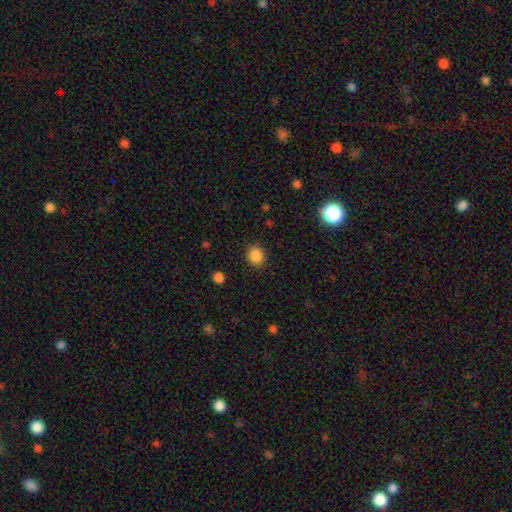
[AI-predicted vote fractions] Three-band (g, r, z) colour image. It shows a smooth galaxy with no disk features (87%) that is round (79%). Merging: none (89%).